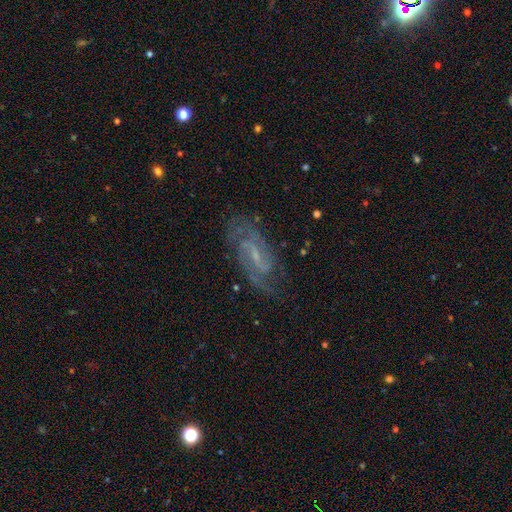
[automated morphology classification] A featured or disk galaxy (83%) with a weak bar (55%), 2 (64%) medium (49%) spiral arms (95%) and a small central bulge (62%).

Vote fractions:
- Smooth or featured? featured or disk: 83% / smooth: 9% / star or artifact: 8%
- Edge-on disk? no: 94% / yes: 6%
- Bar? weak: 55% / strong: 24% / no: 21%
- Spiral arms? yes: 95% / no: 5%
- Spiral winding? medium: 49% / tight: 35% / loose: 16%
- Spiral arm count? 2: 64% / can't tell: 17% / 3: 9% / 1: 4% / 4: 4% / more than 4: 3%
- Bulge size? small: 62% / none: 18% / moderate: 18% / large: 1% / dominant: 1%
- Merging? none: 74% / minor disturbance: 16% / major disturbance: 8% / merger: 2%